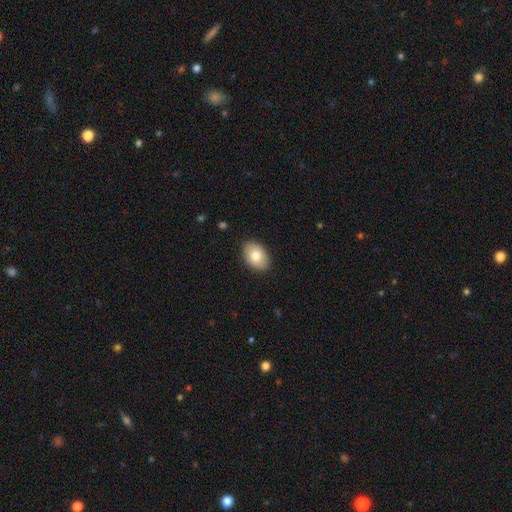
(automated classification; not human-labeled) Morphology: type=smooth (80%); roundness=in between (86%); merging=none (88%).